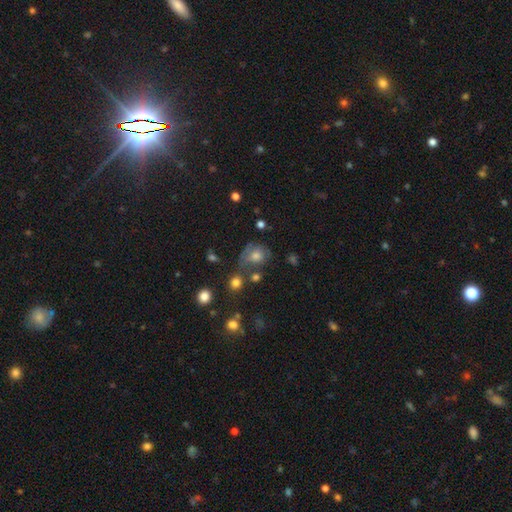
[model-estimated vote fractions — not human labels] smooth-or-featured: smooth: 49% | featured or disk: 34% | star or artifact: 17%
  merging: none: 47% | minor disturbance: 25% | major disturbance: 19% | merger: 9%